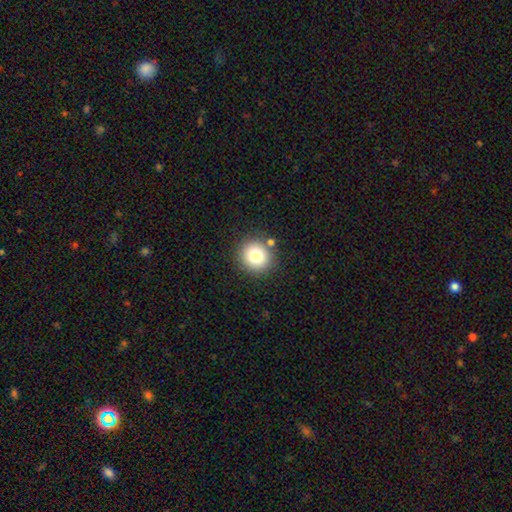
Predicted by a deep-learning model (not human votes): Overall: smooth (79%). How rounded: round (90%). Merging: none (84%).